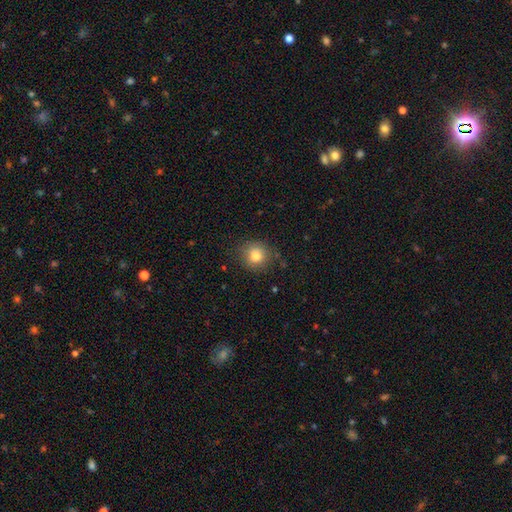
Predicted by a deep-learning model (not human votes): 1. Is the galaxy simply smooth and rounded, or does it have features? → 80% smooth, 12% star or artifact, 9% featured or disk.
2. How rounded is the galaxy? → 88% round, 11% in between, 1% cigar-shaped.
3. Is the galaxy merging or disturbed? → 84% none, 11% minor disturbance, 3% major disturbance, 1% merger.